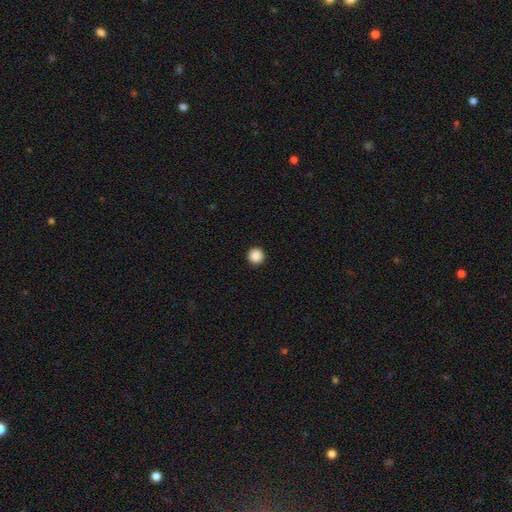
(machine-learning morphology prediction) The model was most divided on "smooth or featured": smooth: 88%, star or artifact: 10%, featured or disk: 2%. More confident: how rounded — round (96%); merging — none (94%).